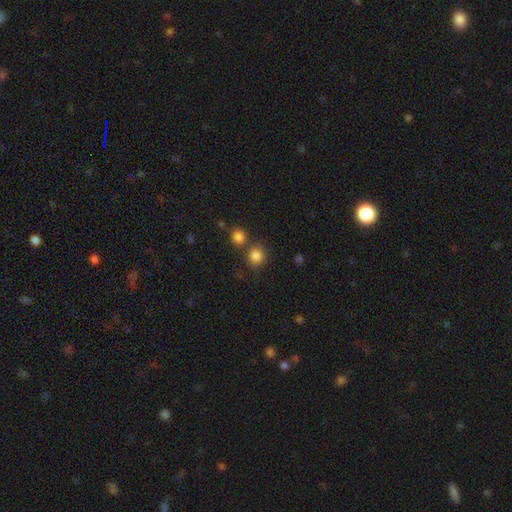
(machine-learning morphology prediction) smooth-or-featured: smooth: 84% | star or artifact: 12% | featured or disk: 4%
  how-rounded: round: 90% | in between: 9% | cigar-shaped: 1%
  merging: none: 74% | merger: 16% | minor disturbance: 7% | major disturbance: 3%